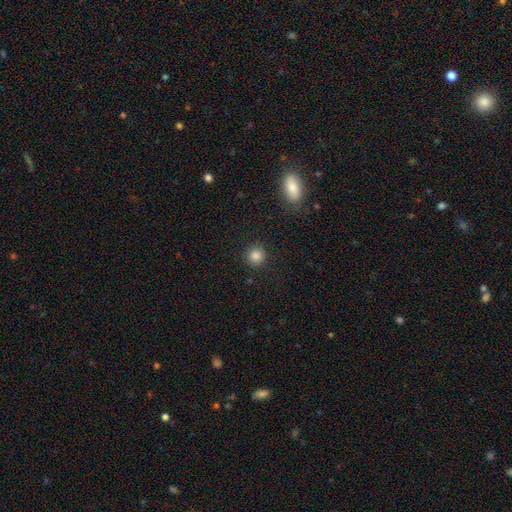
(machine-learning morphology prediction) This appears to be a smooth galaxy with no disk features (85%) that is round (91%). Merging: none (90%).